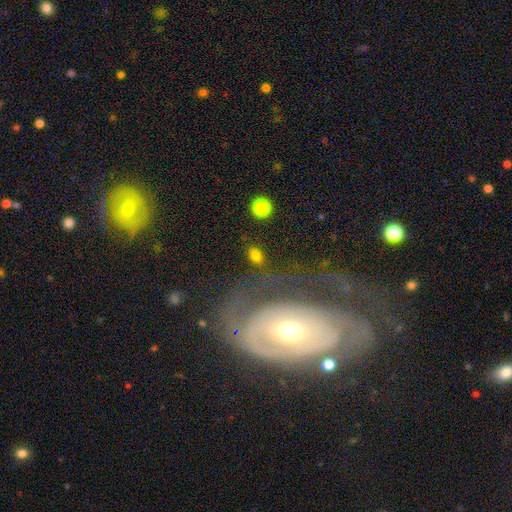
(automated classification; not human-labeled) The model was most divided on "how rounded": in between: 68%, round: 29%, cigar-shaped: 3%. More confident: merging — none (80%); smooth or featured — smooth (78%).